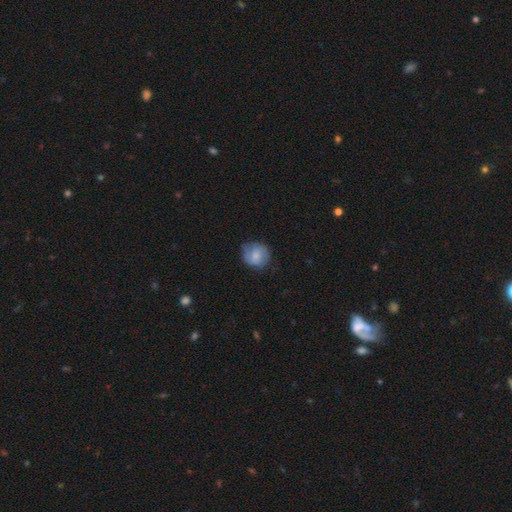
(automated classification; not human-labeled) The model was most divided on "smooth or featured": smooth: 64%, featured or disk: 29%, star or artifact: 7%. More confident: how rounded — round (81%); merging — none (63%).